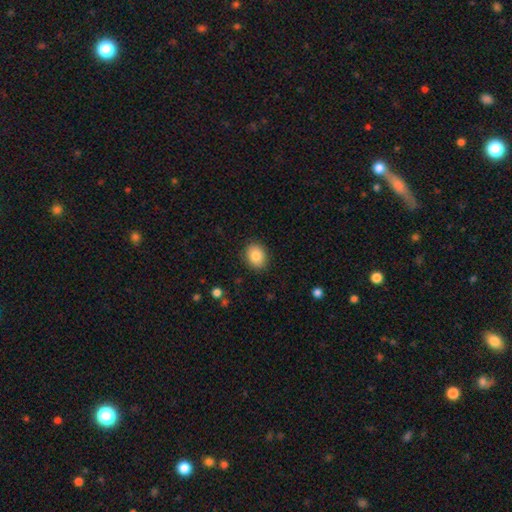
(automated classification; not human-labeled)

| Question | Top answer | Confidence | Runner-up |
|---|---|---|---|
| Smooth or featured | smooth | 85% | star or artifact (8%) |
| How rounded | round | 52% | in between (47%) |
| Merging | none | 88% | minor disturbance (8%) |